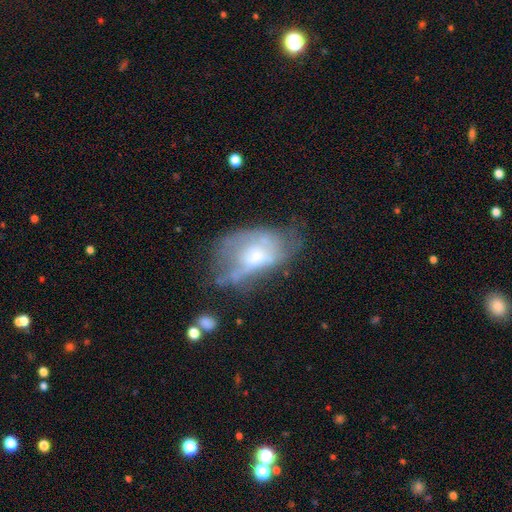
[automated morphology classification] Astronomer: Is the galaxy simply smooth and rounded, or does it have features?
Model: featured or disk — 55% (runner-up: smooth, 35%).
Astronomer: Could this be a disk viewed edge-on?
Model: no — 95%.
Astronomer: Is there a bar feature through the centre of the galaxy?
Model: no — 78%.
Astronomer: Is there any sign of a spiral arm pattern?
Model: no — 71%.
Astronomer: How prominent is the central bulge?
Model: moderate — 47% (runner-up: small, 31%).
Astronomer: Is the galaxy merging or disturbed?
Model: major disturbance — 36% (runner-up: none, 28%).